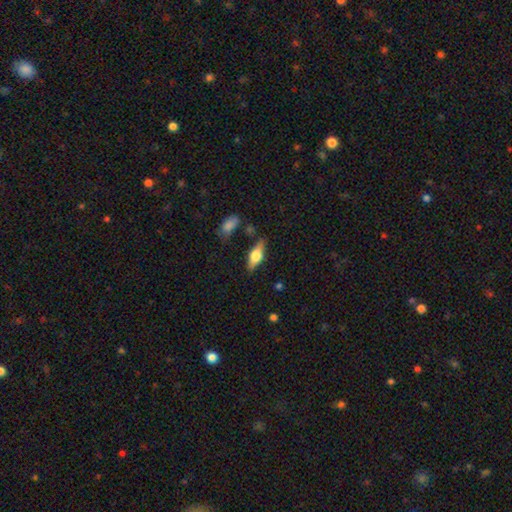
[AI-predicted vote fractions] This is possibly a featured or disk galaxy (52%). It is clearly viewed edge-on (91%). Merging: likely none (78%).